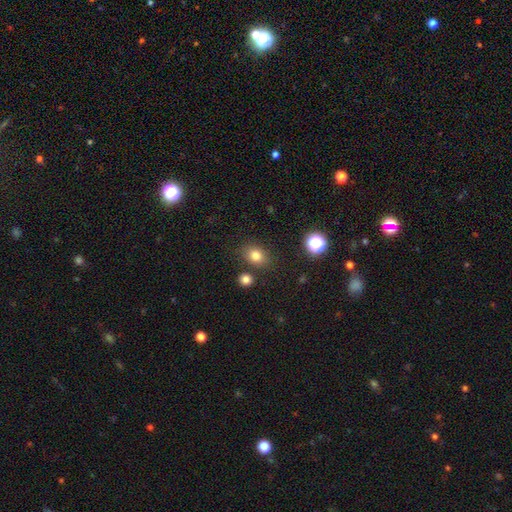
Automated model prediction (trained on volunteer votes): A smooth galaxy with no disk features (80%) that is in between round and cigar-shaped (50%). Merging: none (80%).